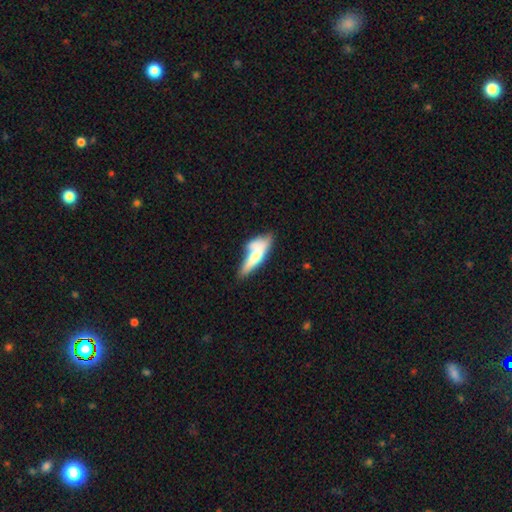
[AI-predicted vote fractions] Smooth or featured?
  - smooth: 54% *
  - featured or disk: 40%
  - star or artifact: 6%
How rounded?
  - cigar-shaped: 57% *
  - in between: 40%
  - round: 3%
Merging?
  - none: 35% *
  - merger: 32%
  - minor disturbance: 21%
  - major disturbance: 12%